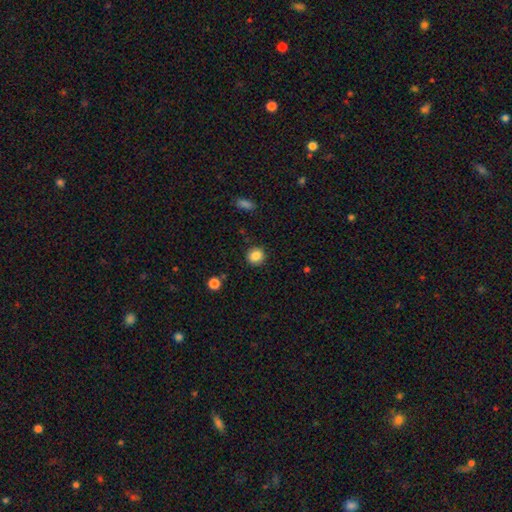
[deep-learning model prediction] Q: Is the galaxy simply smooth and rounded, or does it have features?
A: smooth — 86%.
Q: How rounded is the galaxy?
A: round — 88%.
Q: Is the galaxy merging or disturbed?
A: none — 90%.